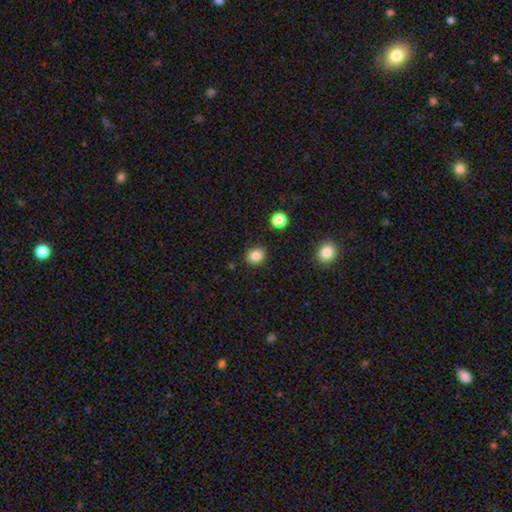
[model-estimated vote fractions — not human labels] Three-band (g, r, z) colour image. It shows a smooth galaxy with no disk features (84%) that is round (76%). Merging: none (88%).